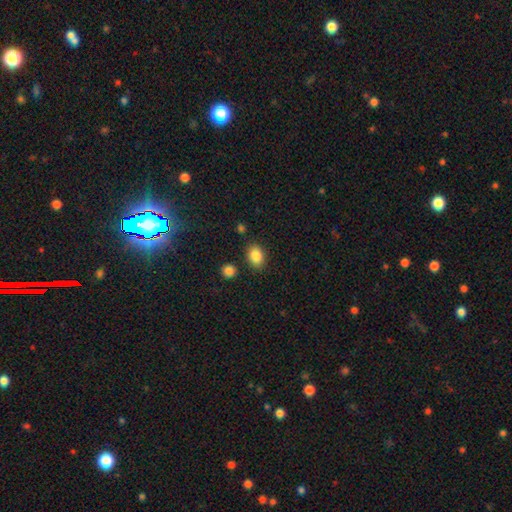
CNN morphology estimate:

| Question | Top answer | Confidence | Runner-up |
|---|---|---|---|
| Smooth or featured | smooth | 86% | star or artifact (9%) |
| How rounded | in between | 71% | round (28%) |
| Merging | none | 82% | minor disturbance (11%) |